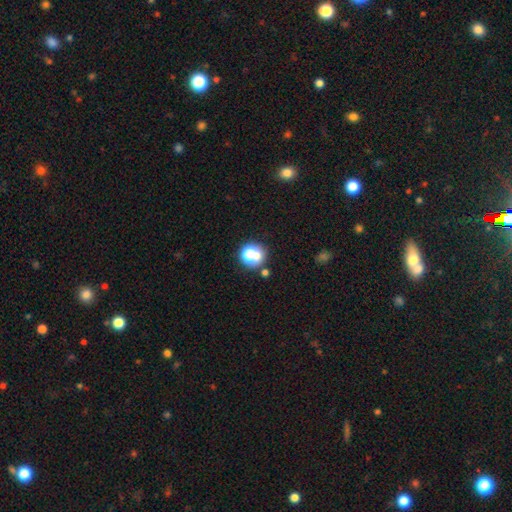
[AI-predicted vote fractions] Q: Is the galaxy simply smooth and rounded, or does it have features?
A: smooth — 68%.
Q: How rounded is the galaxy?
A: round — 83%.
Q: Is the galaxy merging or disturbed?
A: none — 70%.